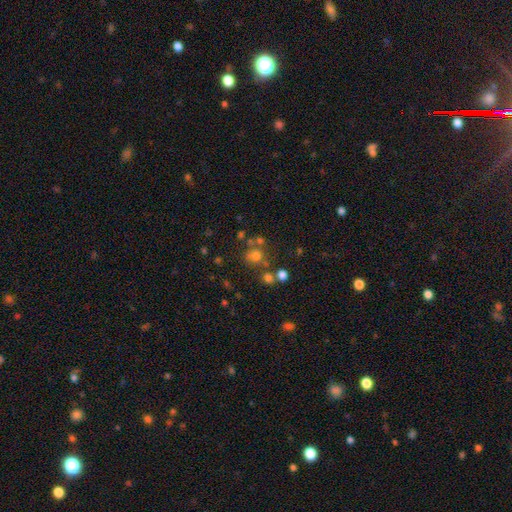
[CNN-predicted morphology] The model was most divided on "smooth or featured": smooth: 62%, star or artifact: 26%, featured or disk: 12%. More confident: how rounded — round (82%); merging — none (64%).